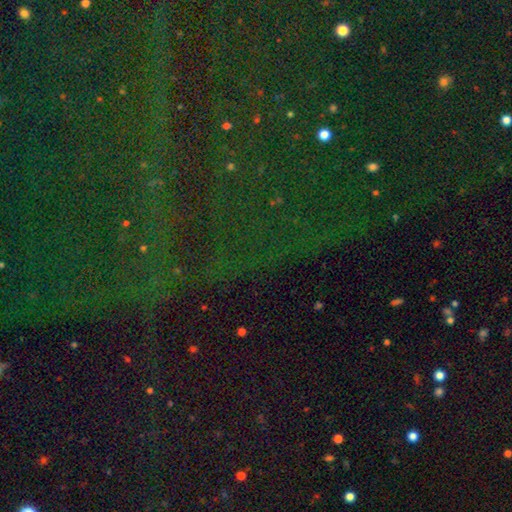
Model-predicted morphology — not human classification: smooth_or_featured: star or artifact (p=0.84) [alt: smooth p=0.09]